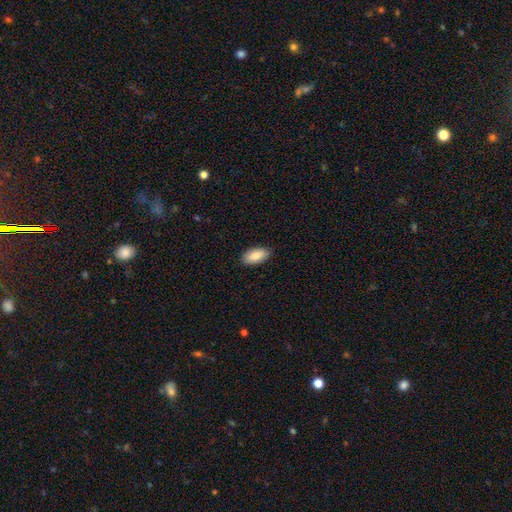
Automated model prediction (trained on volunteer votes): smooth-or-featured: smooth: 84% | featured or disk: 10% | star or artifact: 6%
  how-rounded: in between: 92% | cigar-shaped: 6% | round: 2%
  merging: none: 87% | minor disturbance: 10% | major disturbance: 2% | merger: 1%